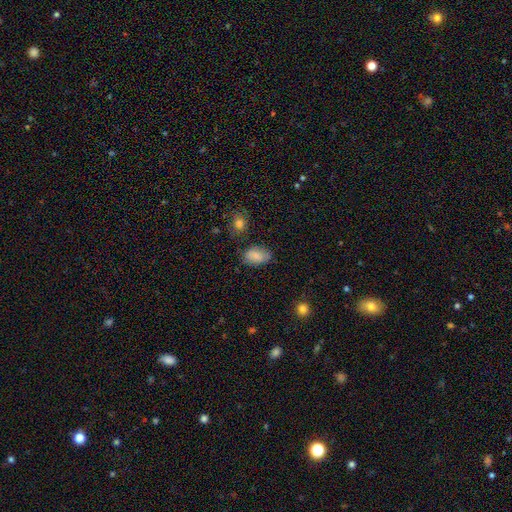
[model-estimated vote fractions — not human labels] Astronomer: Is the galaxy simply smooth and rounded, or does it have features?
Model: smooth — 82%.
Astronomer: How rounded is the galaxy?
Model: in between — 89%.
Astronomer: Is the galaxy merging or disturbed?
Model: none — 70%.